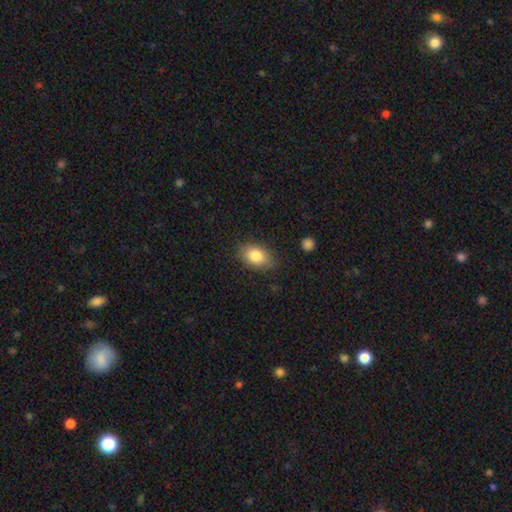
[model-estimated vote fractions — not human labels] Smooth or featured? Predicted: smooth (p=0.83). How rounded? Predicted: in between (p=0.85). Merging? Predicted: none (p=0.81).